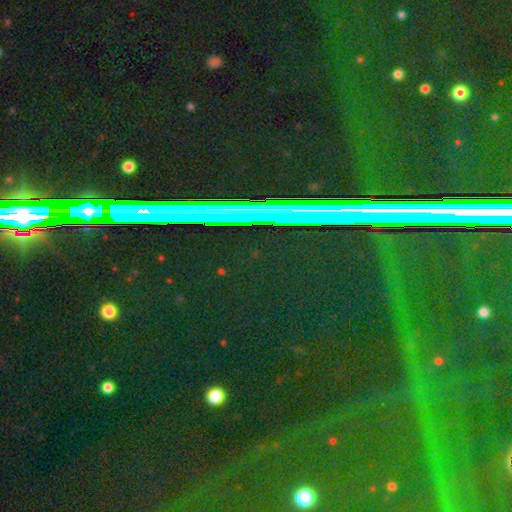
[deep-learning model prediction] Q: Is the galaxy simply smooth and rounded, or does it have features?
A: star or artifact — 83%.